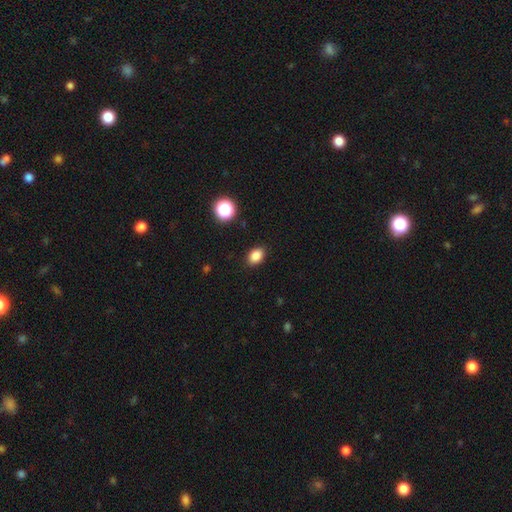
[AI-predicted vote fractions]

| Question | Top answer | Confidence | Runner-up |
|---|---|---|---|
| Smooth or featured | smooth | 86% | star or artifact (10%) |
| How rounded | in between | 78% | round (20%) |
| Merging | none | 88% | minor disturbance (8%) |